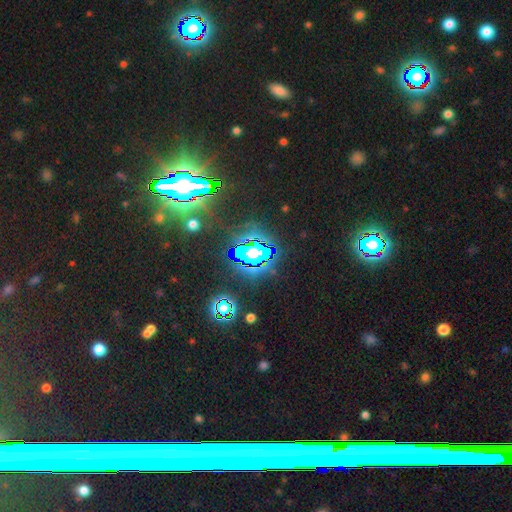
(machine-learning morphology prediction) Smooth or featured?
  - star or artifact: 82% *
  - smooth: 10%
  - featured or disk: 9%